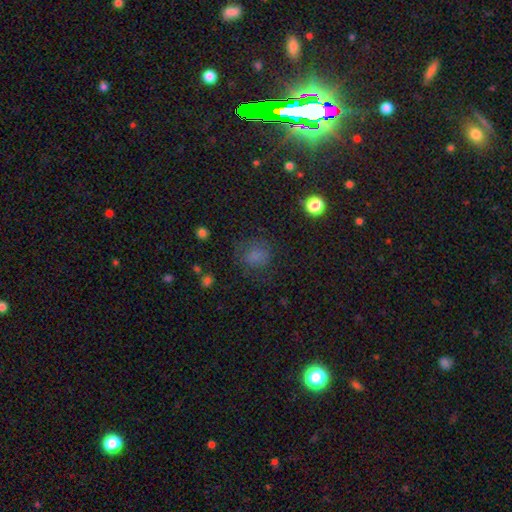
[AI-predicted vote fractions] Q: Smooth or featured?
A: smooth (74%); runner-up: star or artifact (17%)
Q: How rounded?
A: round (76%); runner-up: in between (23%)
Q: Merging?
A: none (71%); runner-up: minor disturbance (18%)